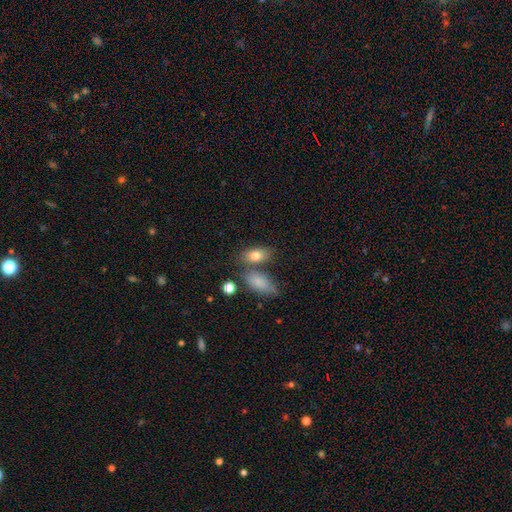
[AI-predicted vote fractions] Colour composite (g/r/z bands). It shows a smooth galaxy with no disk features (79%) that is in between round and cigar-shaped (86%). Merging: none (60%).